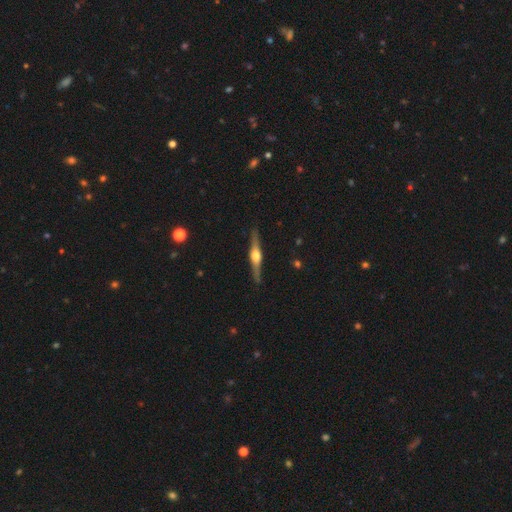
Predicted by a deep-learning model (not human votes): smooth_or_featured: featured or disk (p=0.78) [alt: smooth p=0.17]
disk_edge_on: yes (p=0.98) [alt: no p=0.02]
edge_on_bulge: rounded (p=0.92) [alt: boxy p=0.06]
merging: none (p=0.90) [alt: minor disturbance p=0.08]